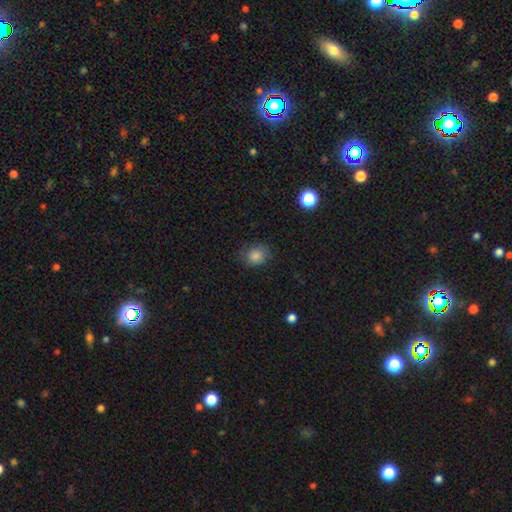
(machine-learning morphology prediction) Q: Smooth or featured?
A: smooth (83%); runner-up: star or artifact (11%)
Q: How rounded?
A: round (63%); runner-up: in between (36%)
Q: Merging?
A: none (74%); runner-up: minor disturbance (20%)